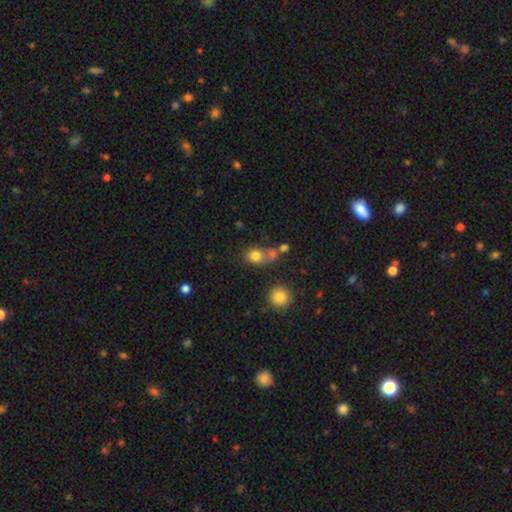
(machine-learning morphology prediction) smooth 77%, star or artifact 14%, featured or disk 10%. Down the decision tree: how rounded — round (70%); merging — none (48%).